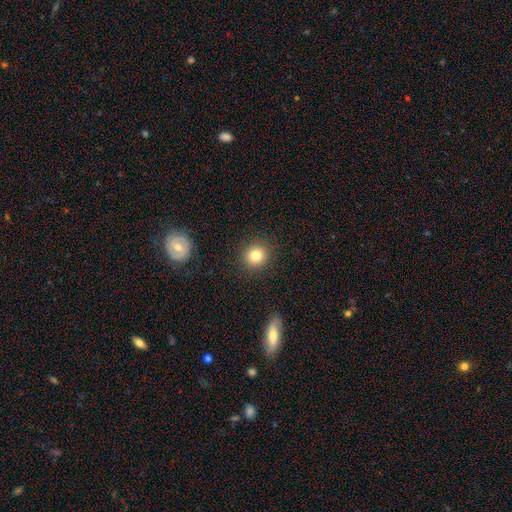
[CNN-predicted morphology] smooth 82%, star or artifact 11%, featured or disk 7%. Down the decision tree: how rounded — round (87%); merging — none (90%).